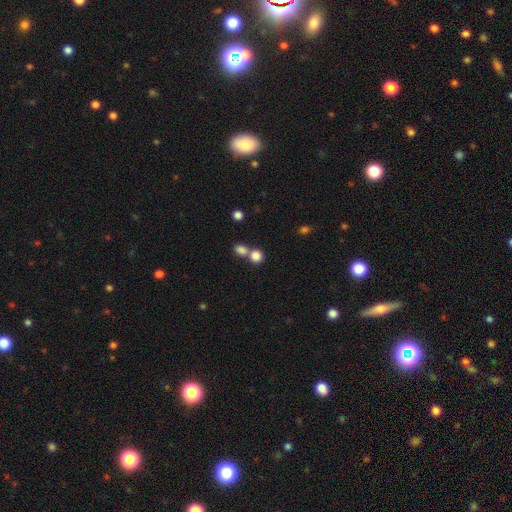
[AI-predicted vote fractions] This is clearly a smooth galaxy (83%). How rounded: likely round (80%). Merging: possibly none (46%).